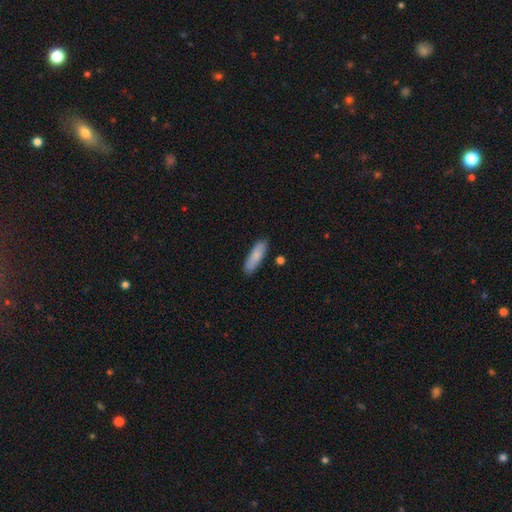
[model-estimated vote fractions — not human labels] Smooth or featured: smooth — 83% (featured or disk — 11%)
How rounded: cigar-shaped — 53% (in between — 45%)
Merging: none — 85% (minor disturbance — 11%)